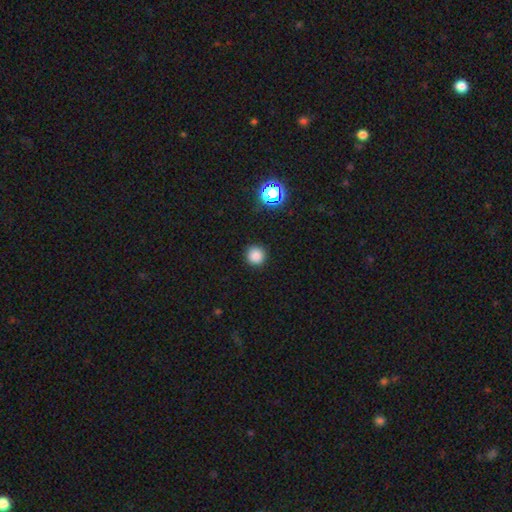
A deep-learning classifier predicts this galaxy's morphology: This is clearly a smooth galaxy (82%). How rounded: clearly round (95%). Merging: clearly none (91%).